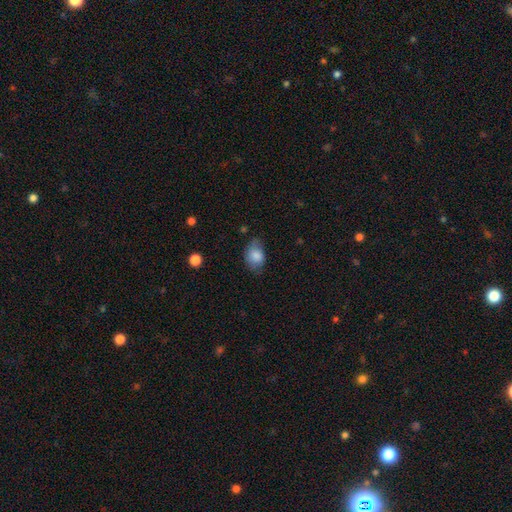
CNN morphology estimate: Smooth or featured? Predicted: smooth (p=0.83). How rounded? Predicted: in between (p=0.79). Merging? Predicted: none (p=0.59).